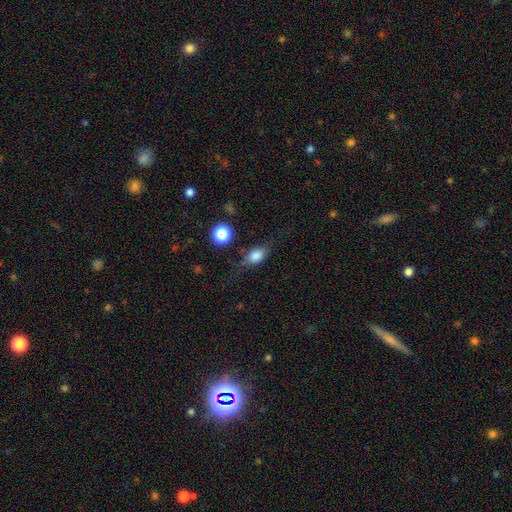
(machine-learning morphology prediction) A smooth galaxy with no disk features (71%) that is in between round and cigar-shaped (71%).

Vote fractions:
- Smooth or featured? smooth: 71% / featured or disk: 18% / star or artifact: 10%
- How rounded? in between: 71% / round: 21% / cigar-shaped: 8%
- Merging? none: 63% / minor disturbance: 23% / major disturbance: 11% / merger: 3%